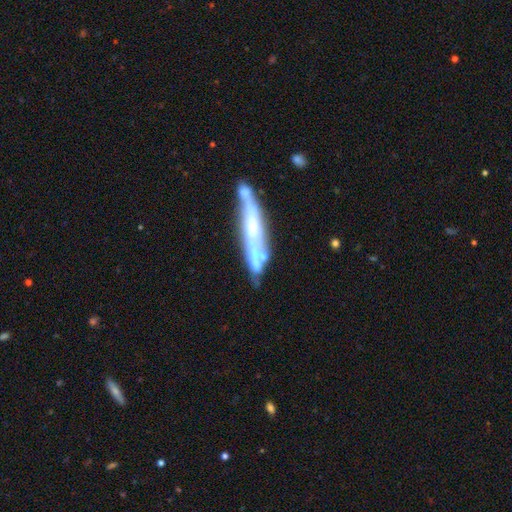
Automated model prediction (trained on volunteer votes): Smooth or featured? Predicted: featured or disk (p=0.58). Edge-on disk? Predicted: no (p=0.63). Merging? Predicted: merger (p=0.45).